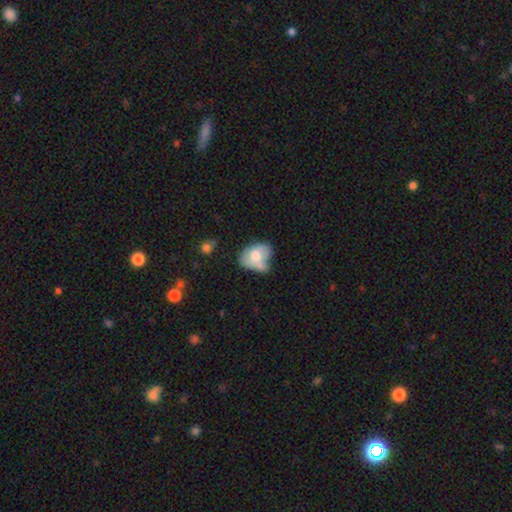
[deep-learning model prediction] smooth_or_featured: smooth (p=0.60) [alt: featured or disk p=0.33]
how_rounded: in between (p=0.73) [alt: round p=0.26]
merging: minor disturbance (p=0.29) [alt: none p=0.27]